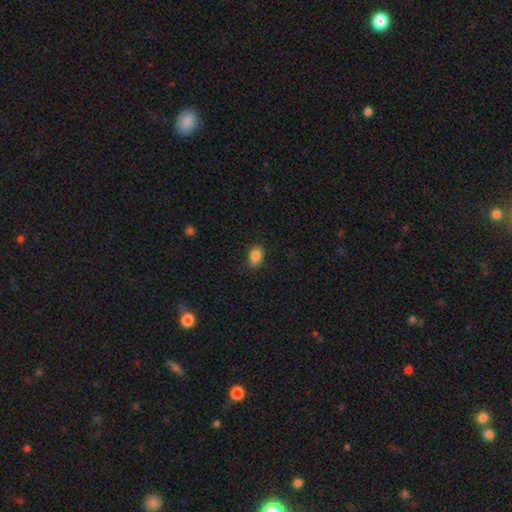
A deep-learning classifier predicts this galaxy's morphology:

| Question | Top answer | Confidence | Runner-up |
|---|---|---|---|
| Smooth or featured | smooth | 84% | star or artifact (9%) |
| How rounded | in between | 72% | round (27%) |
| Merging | none | 73% | minor disturbance (22%) |